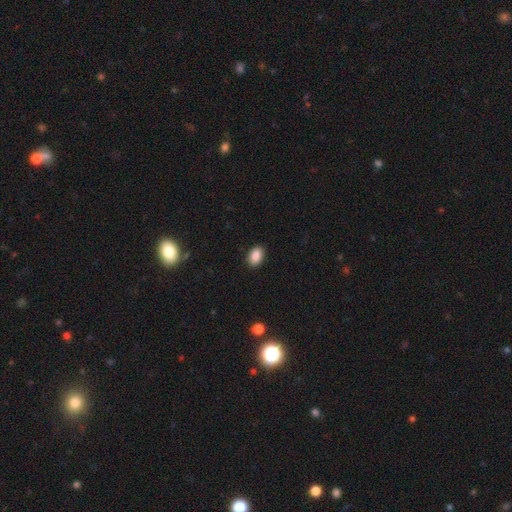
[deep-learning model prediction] smooth-or-featured: smooth: 88% | star or artifact: 8% | featured or disk: 4%
  how-rounded: in between: 87% | round: 12% | cigar-shaped: 1%
  merging: none: 89% | minor disturbance: 8% | major disturbance: 2% | merger: 1%